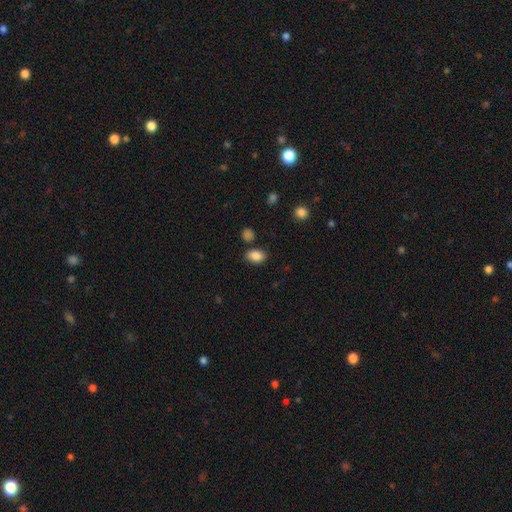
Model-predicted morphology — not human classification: A smooth galaxy with no disk features (86%) that is in between round and cigar-shaped (79%). Merging: none (78%).